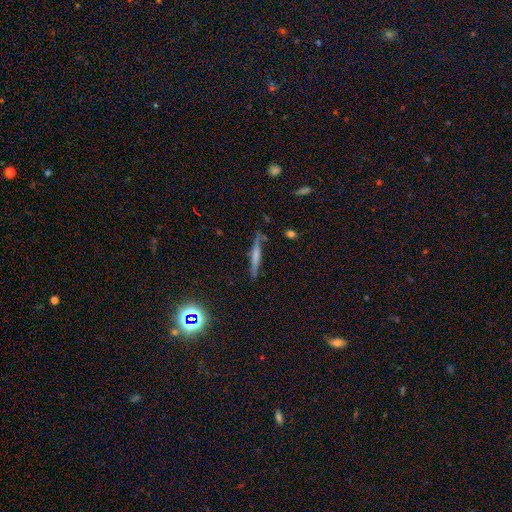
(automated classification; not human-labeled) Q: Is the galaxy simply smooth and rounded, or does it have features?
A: smooth — 47%.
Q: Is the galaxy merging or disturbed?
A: none — 72%.